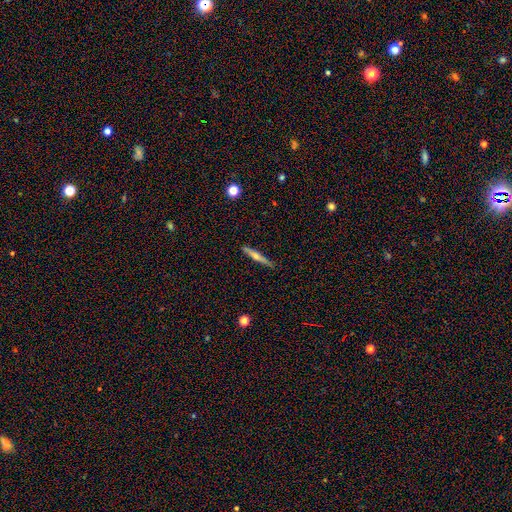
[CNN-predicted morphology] Smooth or featured? featured or disk (61%)
Edge-on disk? yes (97%)
Edge-on bulge? rounded (81%)
Merging? none (88%)